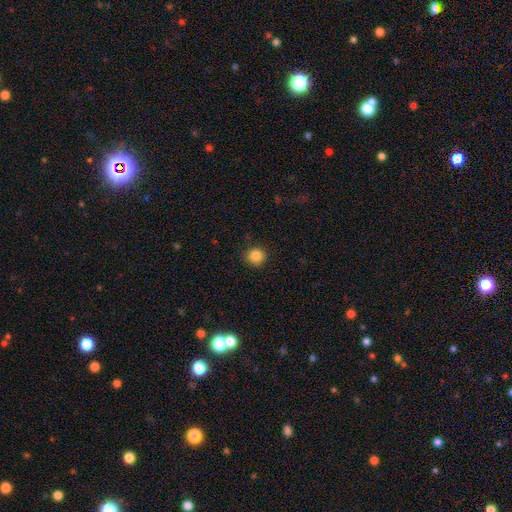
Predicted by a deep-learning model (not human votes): Overall: smooth (85%). How rounded: round (92%). Merging: none (86%).